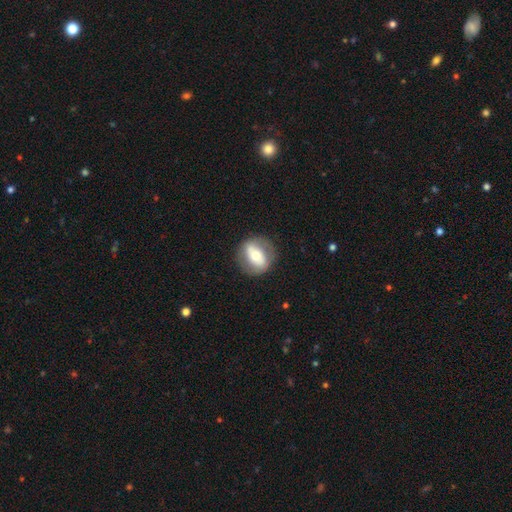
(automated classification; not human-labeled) smooth_or_featured: featured or disk (p=0.50) [alt: smooth p=0.44]
merging: none (p=0.81) [alt: minor disturbance p=0.12]